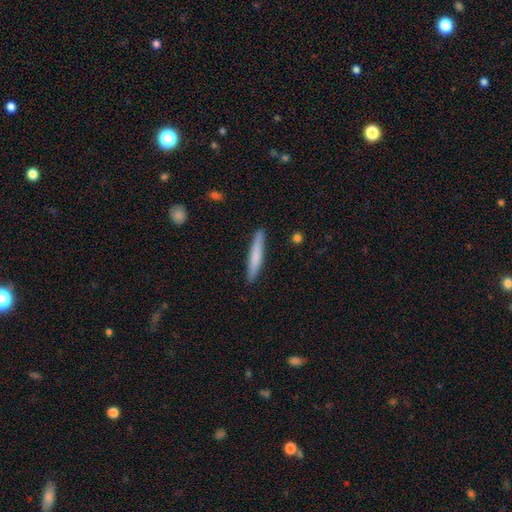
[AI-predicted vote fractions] Overall: smooth (69%). How rounded: cigar-shaped (95%). Merging: none (89%).